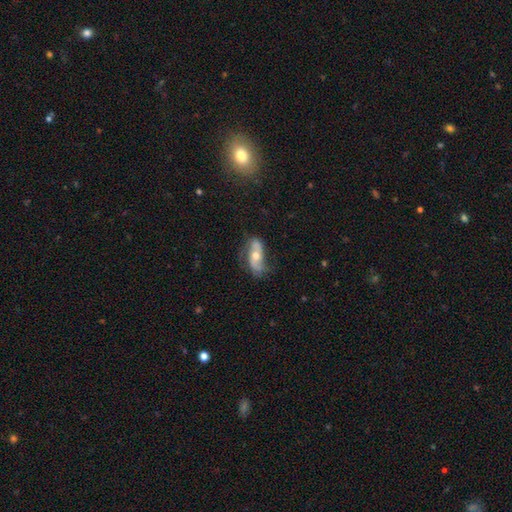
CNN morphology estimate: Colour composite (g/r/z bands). It shows a featured or disk galaxy (66%) with no bar (61%), spiral arms (83%) and a moderate central bulge (64%). Merging: none (60%).